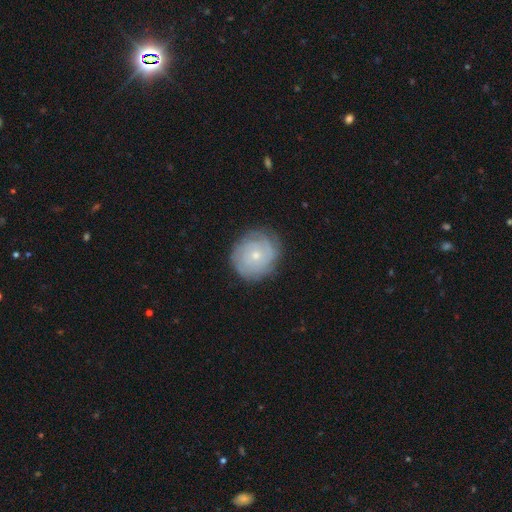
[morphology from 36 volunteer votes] smooth-or-featured: featured or disk: 81% | smooth: 17% | star or artifact: 3%
  disk-edge-on: no: 90% | yes: 10%
    bar: no: 88% | weak: 12% | strong: 0%
    has-spiral-arms: yes: 92% | no: 8%
      spiral-winding: tight: 79% | medium: 12% | loose: 8%
      spiral-arm-count: can't tell: 38% | 3: 25% | more than 4: 17% | 1: 8% | 2: 8% | 4: 4%
    bulge-size: small: 54% | moderate: 42% | large: 4% | dominant: 0% | none: 0%
  merging: none: 77% | minor disturbance: 14% | major disturbance: 9% | merger: 0%